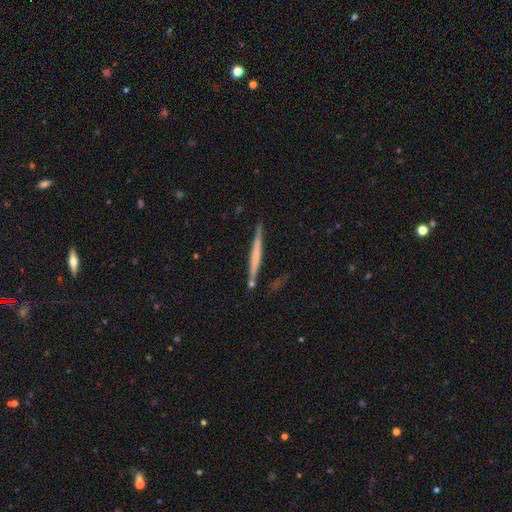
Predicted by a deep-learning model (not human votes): smooth_or_featured: featured or disk (p=0.53) [alt: smooth p=0.42]
disk_edge_on: yes (p=0.97) [alt: no p=0.03]
edge_on_bulge: none (p=0.78) [alt: rounded p=0.13]
merging: none (p=0.85) [alt: minor disturbance p=0.09]